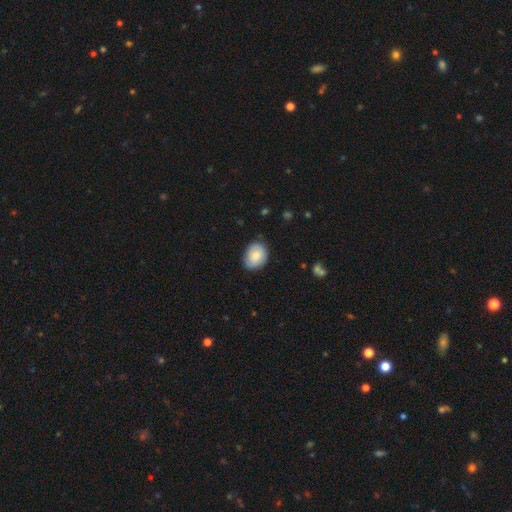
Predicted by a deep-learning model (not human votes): Smooth or featured: smooth — 83% (featured or disk — 10%)
How rounded: in between — 65% (round — 34%)
Merging: none — 81% (minor disturbance — 15%)